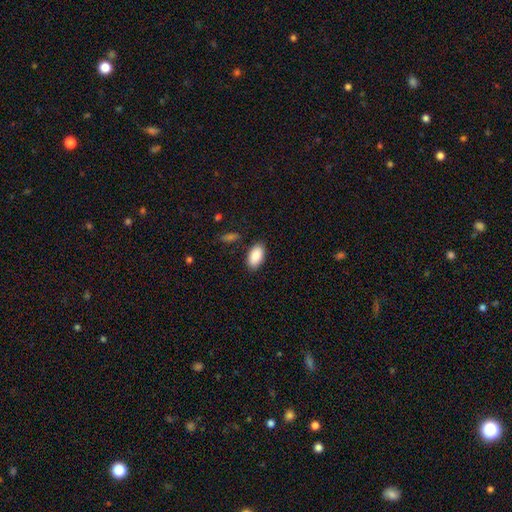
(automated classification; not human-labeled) This is clearly a smooth galaxy (89%). How rounded: clearly in between (94%). Merging: clearly none (86%).